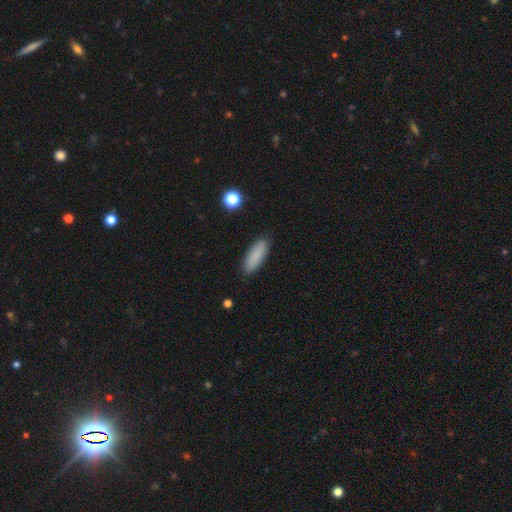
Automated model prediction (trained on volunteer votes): Q: Smooth or featured?
A: smooth (86%); runner-up: star or artifact (7%)
Q: How rounded?
A: in between (57%); runner-up: cigar-shaped (42%)
Q: Merging?
A: none (88%); runner-up: minor disturbance (9%)